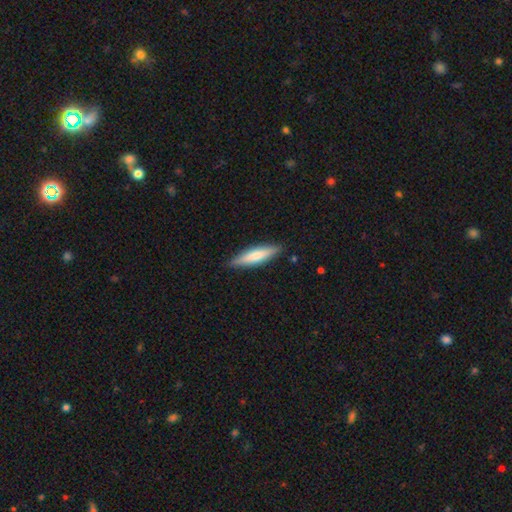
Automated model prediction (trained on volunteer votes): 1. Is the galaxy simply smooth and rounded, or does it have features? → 61% smooth, 34% featured or disk, 6% star or artifact.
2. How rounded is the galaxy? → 76% cigar-shaped, 23% in between, 2% round.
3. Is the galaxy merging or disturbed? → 87% none, 10% minor disturbance, 2% major disturbance, 1% merger.